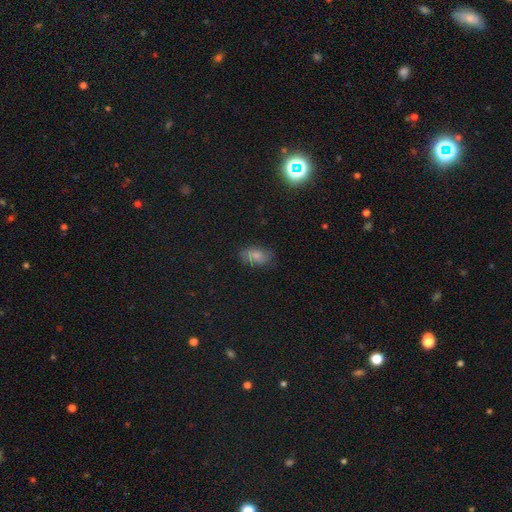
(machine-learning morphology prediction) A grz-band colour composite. It shows a smooth galaxy with no disk features (75%) that is in between round and cigar-shaped (90%). Merging: none (76%).